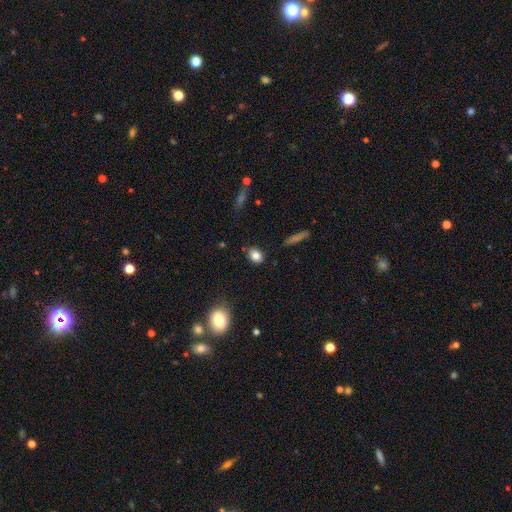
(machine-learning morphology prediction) The model was most divided on "how rounded": in between: 62%, round: 35%, cigar-shaped: 2%. More confident: smooth or featured — smooth (84%); merging — none (84%).